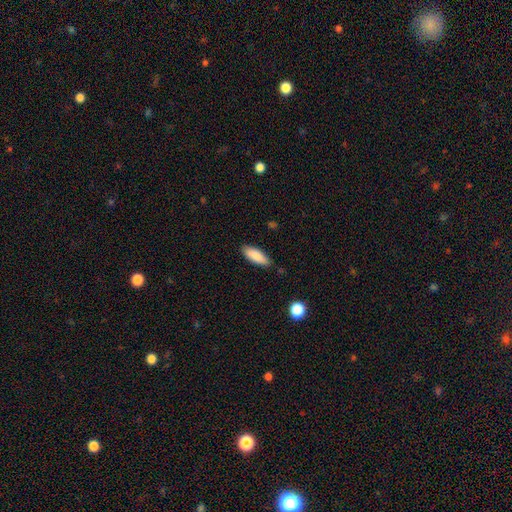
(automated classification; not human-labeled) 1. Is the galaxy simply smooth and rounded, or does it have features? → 86% smooth, 8% featured or disk, 6% star or artifact.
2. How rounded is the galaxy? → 67% in between, 31% cigar-shaped, 2% round.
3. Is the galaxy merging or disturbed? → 84% none, 12% minor disturbance, 2% major disturbance, 2% merger.